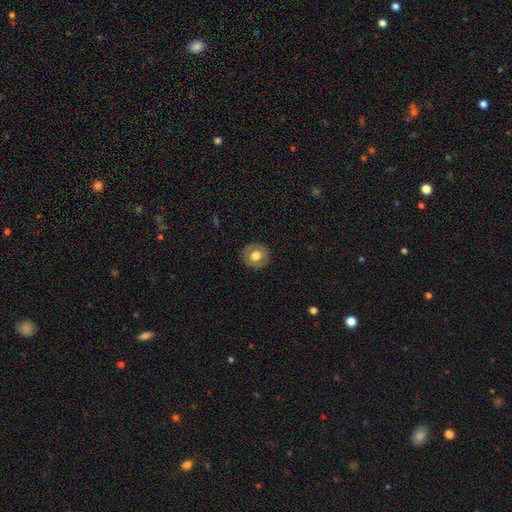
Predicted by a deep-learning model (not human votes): Morphology: type=smooth (63%); roundness=round (87%); merging=none (88%).